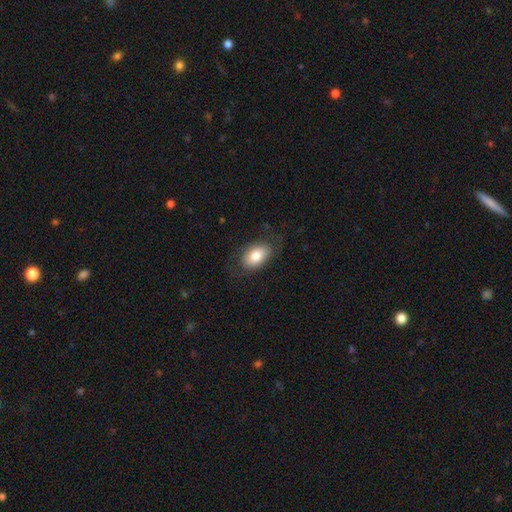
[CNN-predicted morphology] Overall: smooth (82%). How rounded: in between (90%). Merging: none (78%).